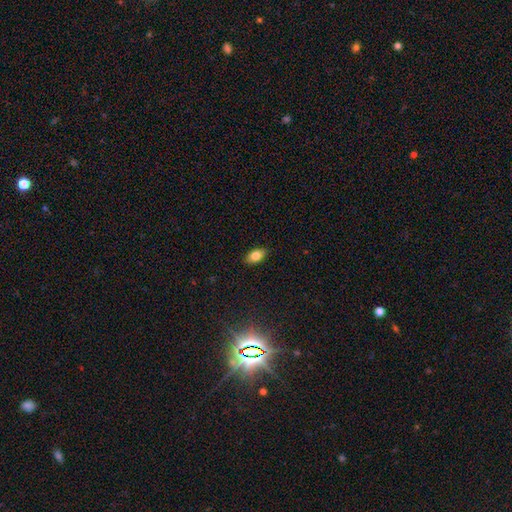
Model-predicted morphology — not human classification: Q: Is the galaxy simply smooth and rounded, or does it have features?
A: smooth — 80%.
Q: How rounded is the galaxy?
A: in between — 89%.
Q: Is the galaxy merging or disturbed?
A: none — 88%.